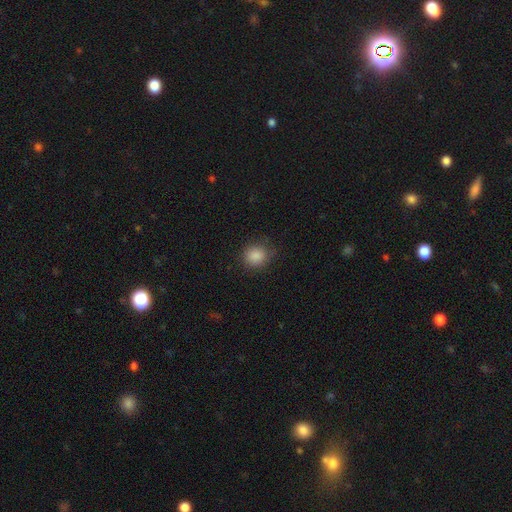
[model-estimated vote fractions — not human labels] This appears to be a smooth galaxy with no disk features (87%) that is round (81%). Merging: none (77%).